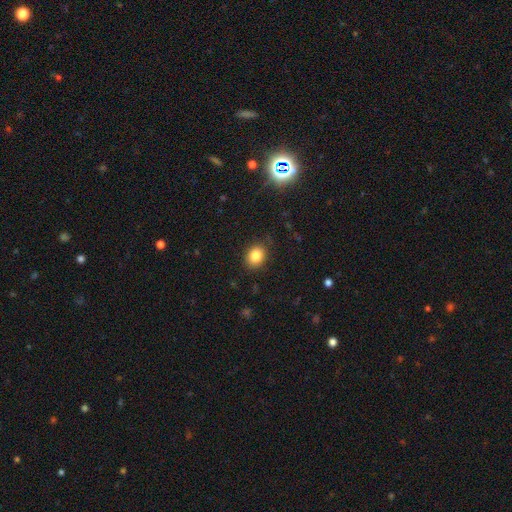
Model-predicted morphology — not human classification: smooth 83%, star or artifact 10%, featured or disk 6%. Down the decision tree: how rounded — round (52%); merging — none (86%).